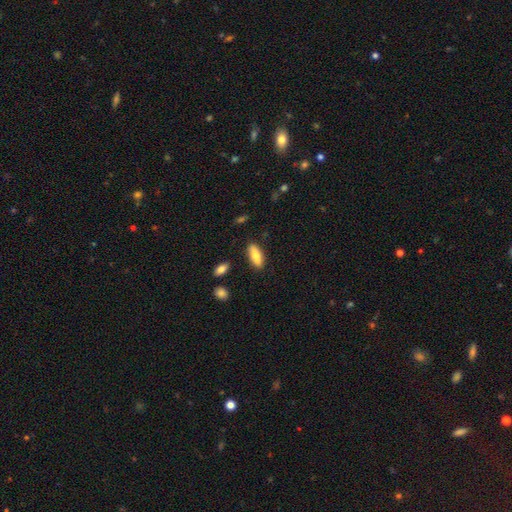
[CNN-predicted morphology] Smooth or featured? smooth (78%)
How rounded? in between (70%)
Merging? none (85%)